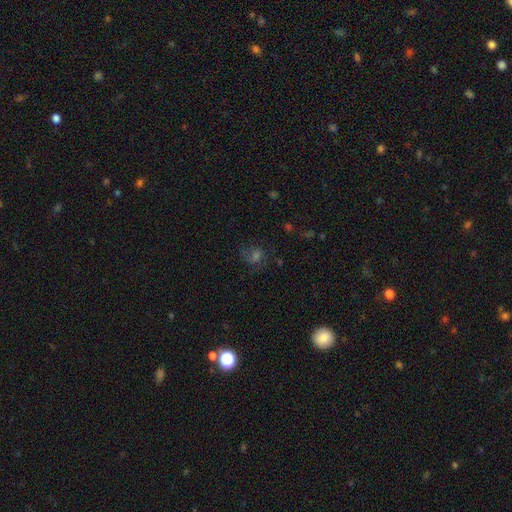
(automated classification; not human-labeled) A featured or disk galaxy (36%). Merging: none (63%).